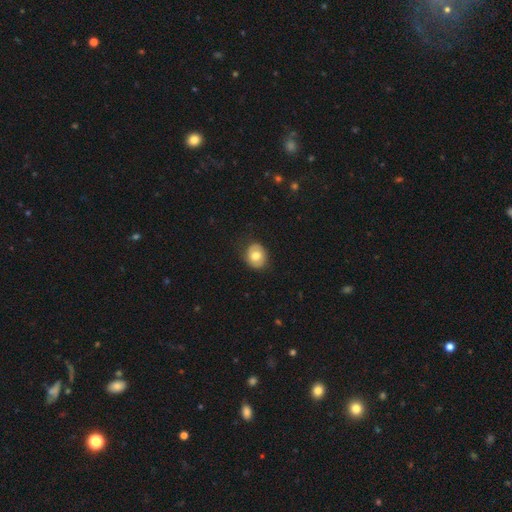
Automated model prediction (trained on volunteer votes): Overall: smooth (69%). How rounded: round (59%; in between 40%). Merging: none (80%).